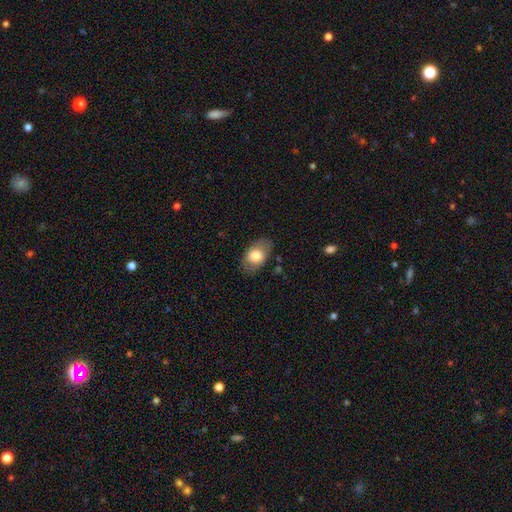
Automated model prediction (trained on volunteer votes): Q: Smooth or featured?
A: smooth (72%); runner-up: featured or disk (21%)
Q: How rounded?
A: in between (88%); runner-up: round (11%)
Q: Merging?
A: none (80%); runner-up: minor disturbance (14%)